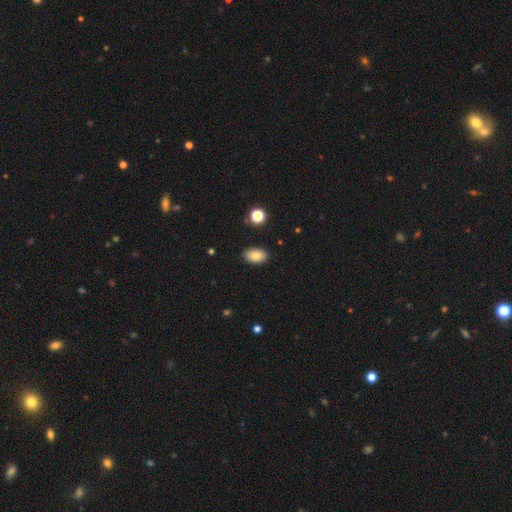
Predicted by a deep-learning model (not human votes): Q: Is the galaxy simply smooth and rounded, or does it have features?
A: smooth — 83%.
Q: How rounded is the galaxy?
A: in between — 92%.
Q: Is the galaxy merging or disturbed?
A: none — 89%.